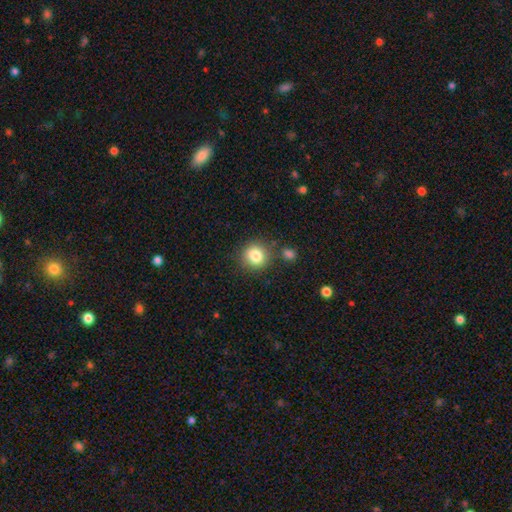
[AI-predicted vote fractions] Smooth or featured: smooth — 83% (star or artifact — 10%)
How rounded: round — 88% (in between — 11%)
Merging: none — 80% (minor disturbance — 10%)